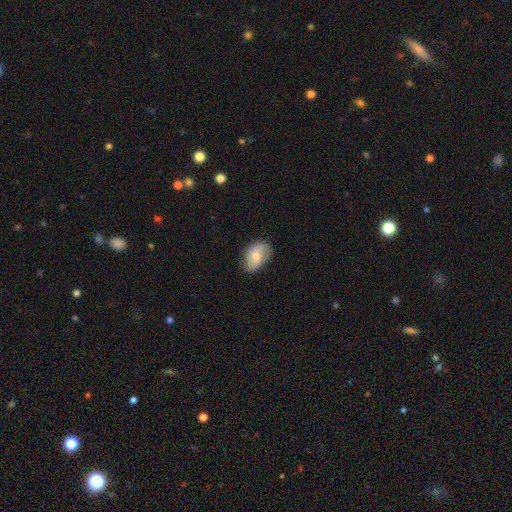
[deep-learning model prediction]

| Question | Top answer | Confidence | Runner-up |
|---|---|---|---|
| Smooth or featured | smooth | 49% | featured or disk (44%) |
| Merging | none | 73% | minor disturbance (20%) |